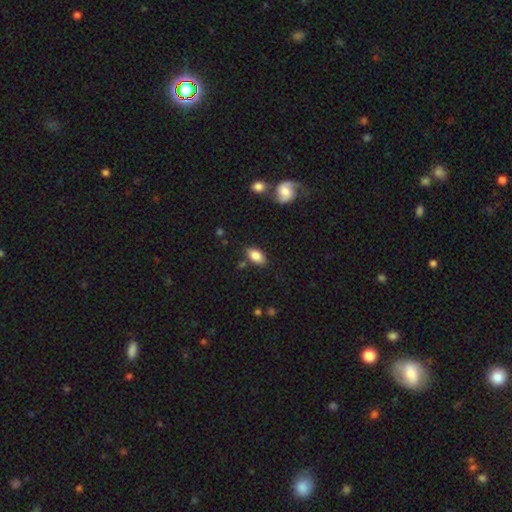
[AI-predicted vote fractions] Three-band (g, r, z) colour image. It shows a smooth galaxy with no disk features (84%) that is in between round and cigar-shaped (91%). Merging: none (79%).